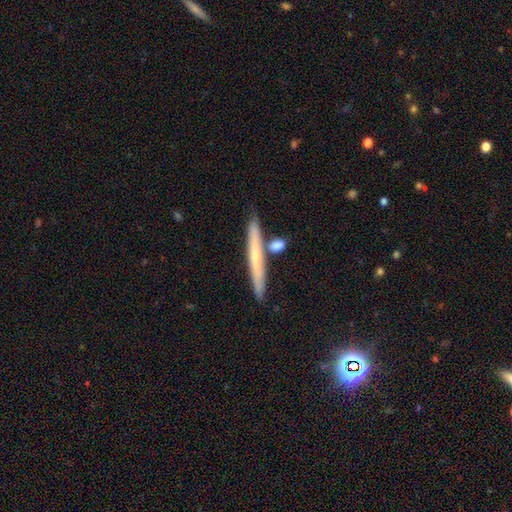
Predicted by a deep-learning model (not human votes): Smooth or featured: smooth — 47% (featured or disk — 46%)
Merging: none — 82% (minor disturbance — 9%)